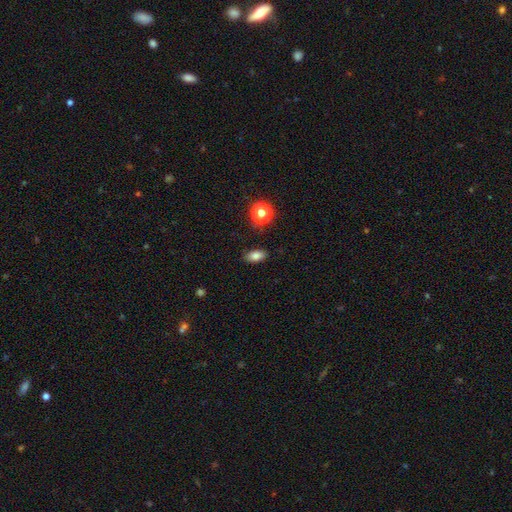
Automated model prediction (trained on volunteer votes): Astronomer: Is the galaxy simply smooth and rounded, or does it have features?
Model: smooth — 81%.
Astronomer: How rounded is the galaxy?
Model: in between — 86%.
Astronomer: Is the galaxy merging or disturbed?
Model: none — 86%.